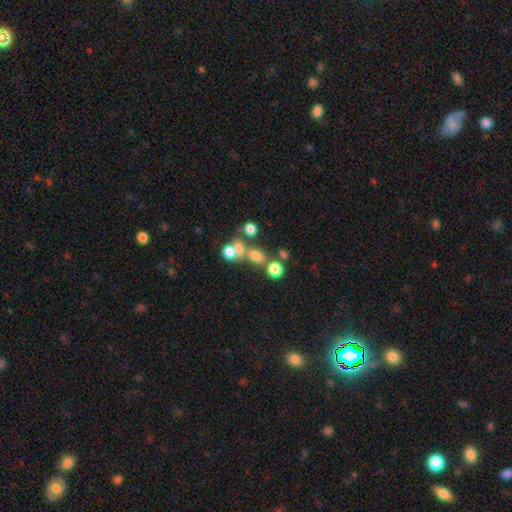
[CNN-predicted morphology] Overall: smooth (65%). How rounded: round (60%; in between 37%). Merging: none (46%; merger 37%).